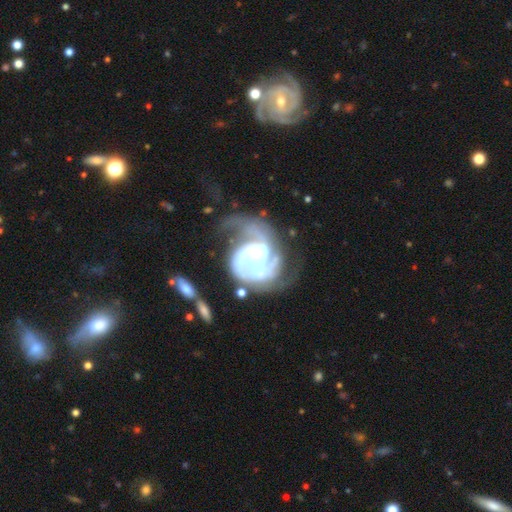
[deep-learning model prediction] A featured or disk galaxy (88%) with no bar (49%), 2 (47%) medium (44%) spiral arms (95%) and a moderate central bulge (46%).

Vote fractions:
- Smooth or featured? featured or disk: 88% / smooth: 6% / star or artifact: 6%
- Edge-on disk? no: 98% / yes: 2%
- Bar? no: 49% / weak: 38% / strong: 13%
- Spiral arms? yes: 95% / no: 5%
- Spiral winding? medium: 44% / tight: 35% / loose: 21%
- Spiral arm count? 2: 47% / can't tell: 16% / 3: 16% / 1: 13% / 4: 4% / more than 4: 4%
- Bulge size? moderate: 46% / large: 26% / small: 16% / none: 9% / dominant: 3%
- Merging? major disturbance: 37% / none: 35% / minor disturbance: 19% / merger: 10%